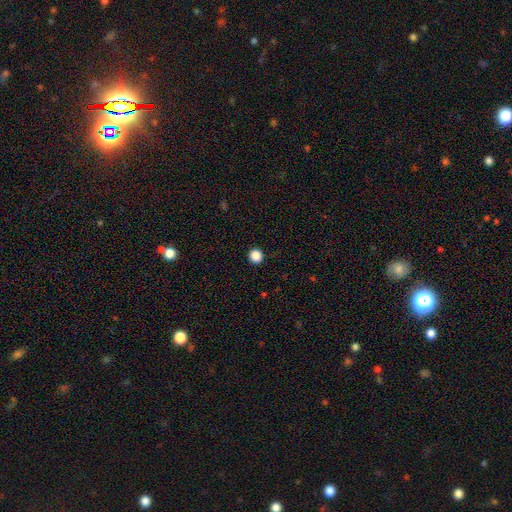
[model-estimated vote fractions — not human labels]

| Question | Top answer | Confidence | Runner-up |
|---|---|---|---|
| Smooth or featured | smooth | 87% | star or artifact (11%) |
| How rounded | round | 92% | in between (7%) |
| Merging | none | 93% | minor disturbance (5%) |